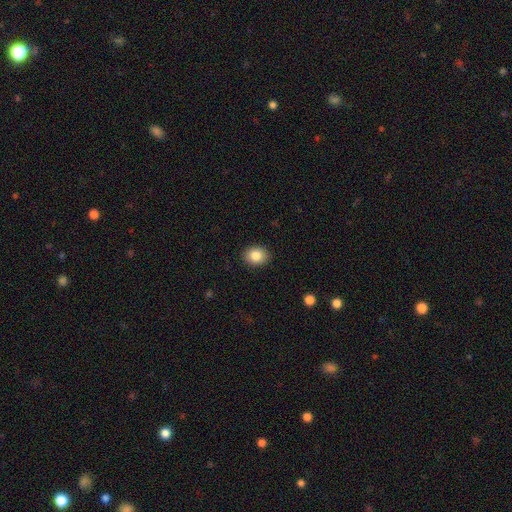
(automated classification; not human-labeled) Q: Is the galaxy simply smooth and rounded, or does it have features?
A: smooth — 84%.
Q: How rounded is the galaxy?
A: in between — 54%.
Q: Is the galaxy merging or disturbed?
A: none — 90%.